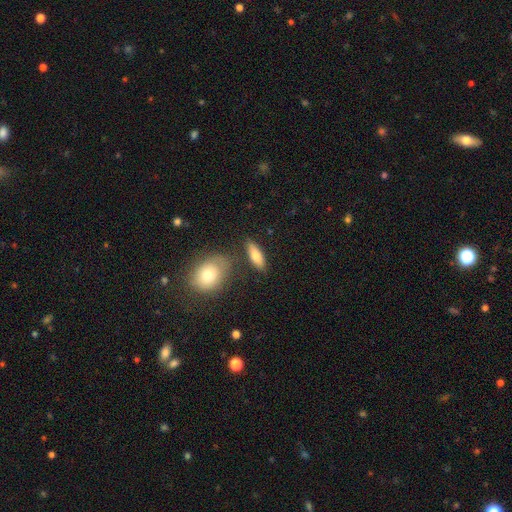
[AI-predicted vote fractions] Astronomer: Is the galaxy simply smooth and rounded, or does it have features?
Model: smooth — 77%.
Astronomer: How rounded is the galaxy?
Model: in between — 68%.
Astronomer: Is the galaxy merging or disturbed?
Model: none — 74%.